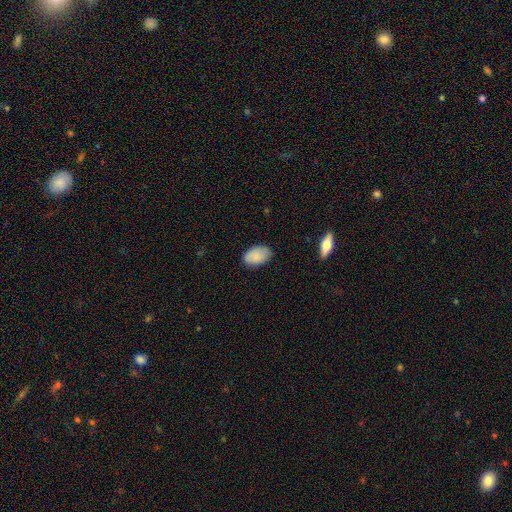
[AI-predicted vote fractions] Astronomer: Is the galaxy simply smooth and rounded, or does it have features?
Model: smooth — 87%.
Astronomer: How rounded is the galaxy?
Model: in between — 93%.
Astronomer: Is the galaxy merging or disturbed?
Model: none — 83%.